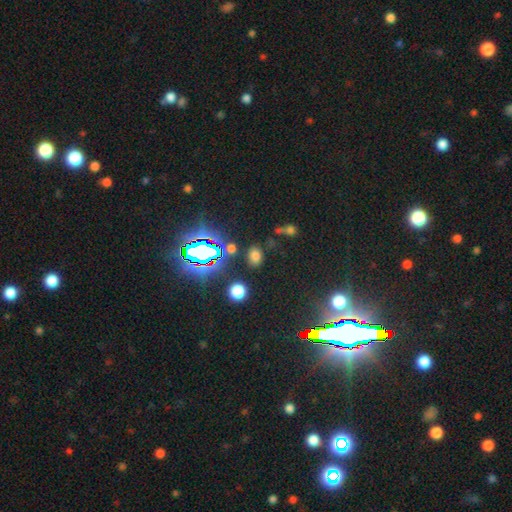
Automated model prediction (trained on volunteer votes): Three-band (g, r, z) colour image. It shows a smooth galaxy with no disk features (62%) that is in between round and cigar-shaped (68%). Merging: none (80%).